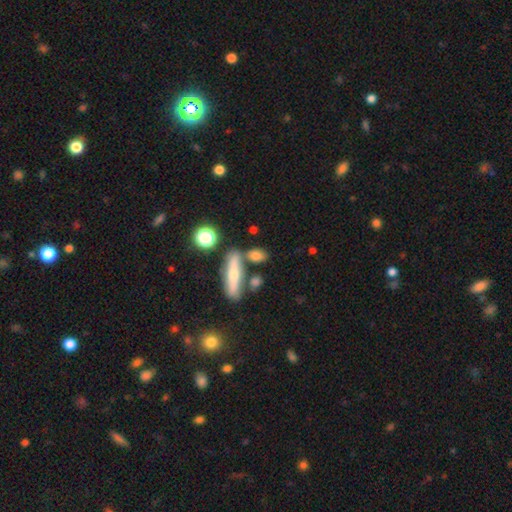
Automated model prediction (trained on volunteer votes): Smooth or featured? Predicted: smooth (p=0.70). How rounded? Predicted: in between (p=0.61). Merging? Predicted: none (p=0.64).